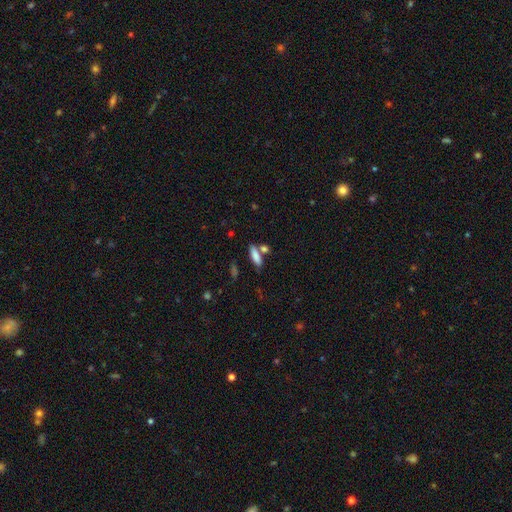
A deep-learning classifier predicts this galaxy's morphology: This is clearly a smooth galaxy (82%). How rounded: possibly in between (50%). Merging: likely none (65%).